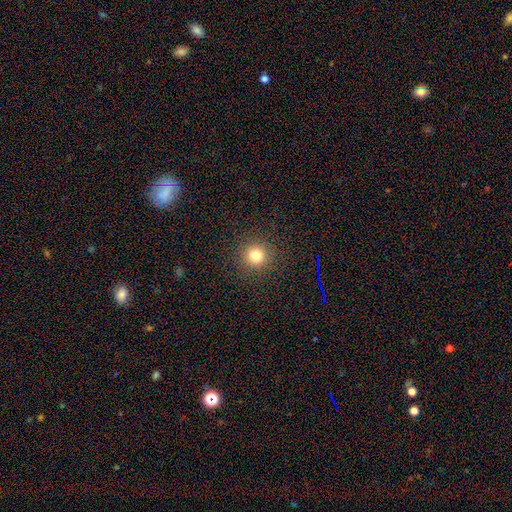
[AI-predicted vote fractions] The model was most divided on "smooth or featured": smooth: 79%, star or artifact: 15%, featured or disk: 6%. More confident: how rounded — round (95%); merging — none (91%).